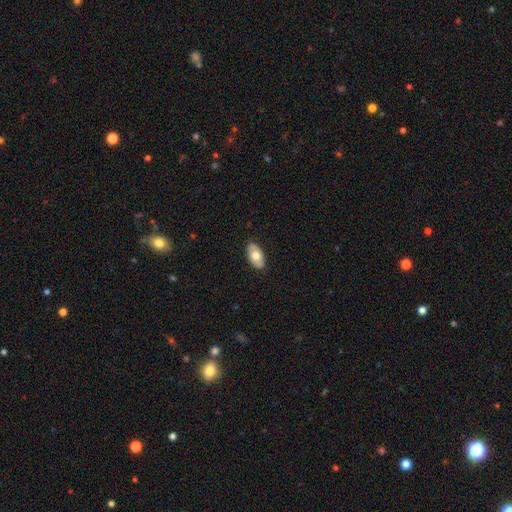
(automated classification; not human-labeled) This is likely a smooth galaxy (65%). How rounded: clearly in between (94%). Merging: clearly none (86%).